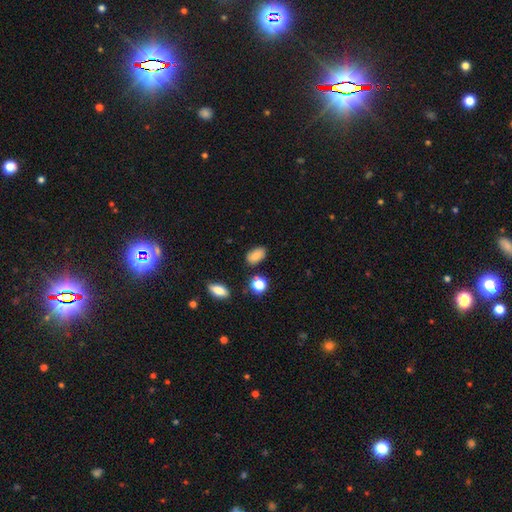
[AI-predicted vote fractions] smooth 84%, star or artifact 10%, featured or disk 6%. Down the decision tree: how rounded — in between (89%); merging — none (80%).